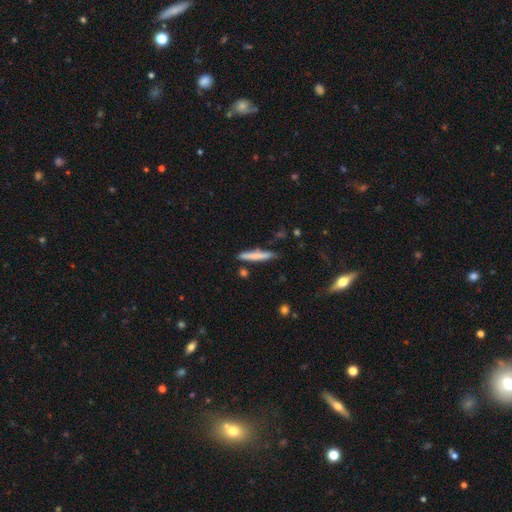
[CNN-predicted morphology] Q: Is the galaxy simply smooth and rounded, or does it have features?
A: smooth — 71%.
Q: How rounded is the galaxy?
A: cigar-shaped — 94%.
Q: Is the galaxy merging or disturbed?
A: none — 80%.